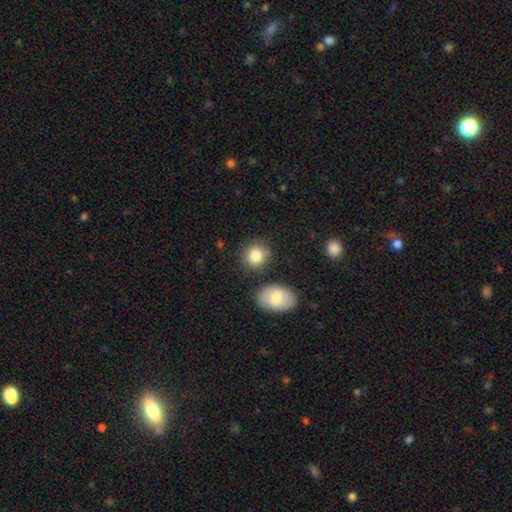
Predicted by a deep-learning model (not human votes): smooth-or-featured: smooth: 84% | star or artifact: 8% | featured or disk: 8%
  how-rounded: round: 78% | in between: 21% | cigar-shaped: 1%
  merging: none: 78% | minor disturbance: 12% | merger: 7% | major disturbance: 3%